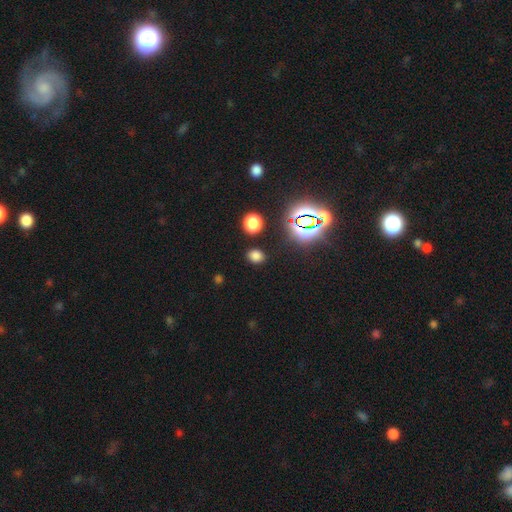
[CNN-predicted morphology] A smooth galaxy with no disk features (68%) that is round (61%).

Vote fractions:
- Smooth or featured? smooth: 68% / star or artifact: 27% / featured or disk: 5%
- How rounded? round: 61% / in between: 38% / cigar-shaped: 1%
- Merging? none: 85% / minor disturbance: 9% / merger: 3% / major disturbance: 3%